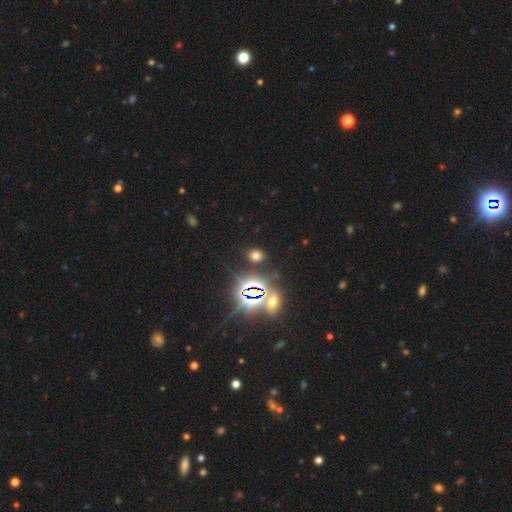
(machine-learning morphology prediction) A smooth galaxy with no disk features (54%) that is in between round and cigar-shaped (50%). Merging: none (84%).